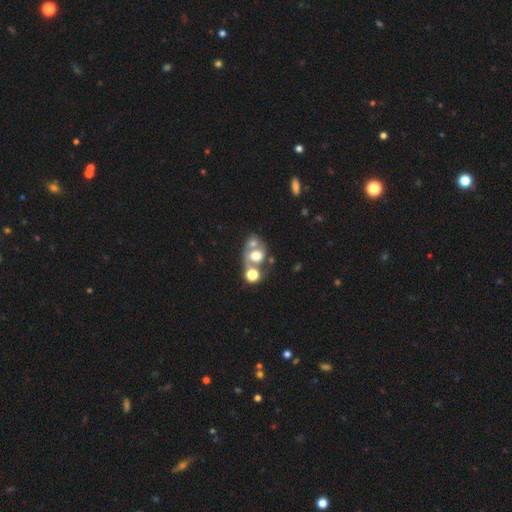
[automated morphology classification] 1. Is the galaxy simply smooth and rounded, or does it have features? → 54% smooth, 32% featured or disk, 13% star or artifact.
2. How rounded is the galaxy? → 52% round, 47% in between, 1% cigar-shaped.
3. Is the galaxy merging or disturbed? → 53% merger, 27% none, 11% minor disturbance, 10% major disturbance.